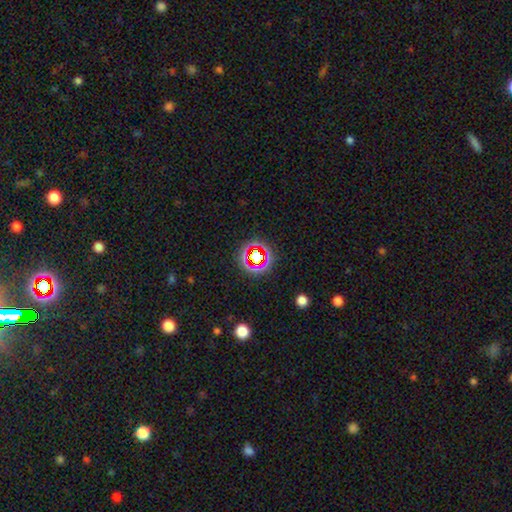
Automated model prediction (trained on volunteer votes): A star or artifact, not a galaxy (63%).